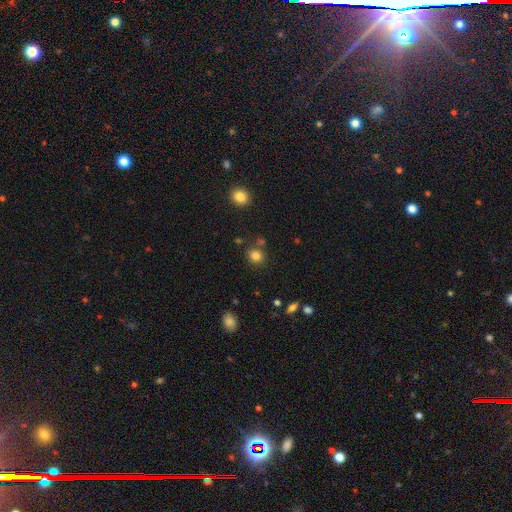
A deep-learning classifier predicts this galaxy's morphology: Overall: smooth (82%). How rounded: round (84%). Merging: none (80%).